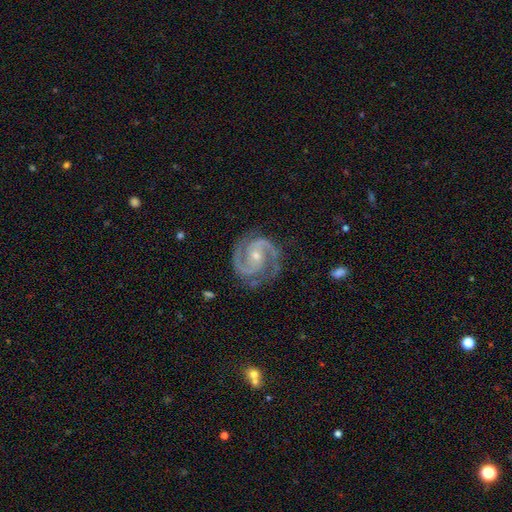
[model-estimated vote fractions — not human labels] Q: Smooth or featured?
A: featured or disk (93%); runner-up: star or artifact (4%)
Q: Edge-on disk?
A: no (98%); runner-up: yes (2%)
Q: Bar?
A: no (54%); runner-up: weak (33%)
Q: Spiral arms?
A: yes (99%); runner-up: no (1%)
Q: Spiral winding?
A: medium (55%); runner-up: tight (39%)
Q: Spiral arm count?
A: 2 (93%); runner-up: 3 (3%)
Q: Bulge size?
A: small (62%); runner-up: moderate (34%)
Q: Merging?
A: none (81%); runner-up: minor disturbance (14%)